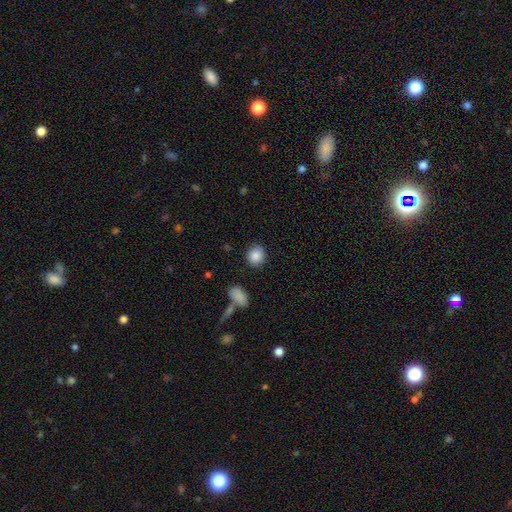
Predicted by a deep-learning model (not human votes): Smooth or featured: smooth — 87% (star or artifact — 8%)
How rounded: round — 80% (in between — 19%)
Merging: none — 85% (minor disturbance — 9%)